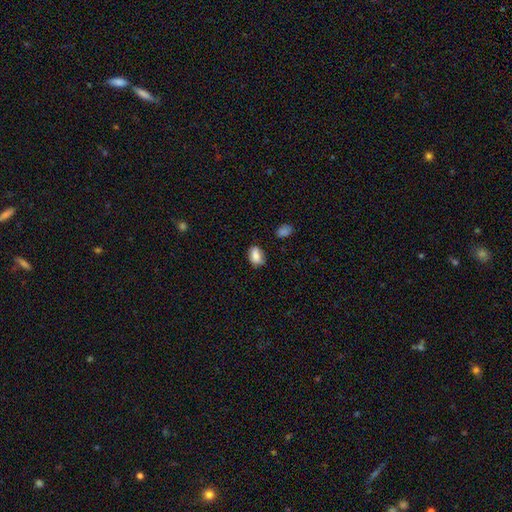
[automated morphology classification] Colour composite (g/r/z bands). It shows a smooth galaxy with no disk features (82%) that is in between round and cigar-shaped (83%). Merging: none (71%).